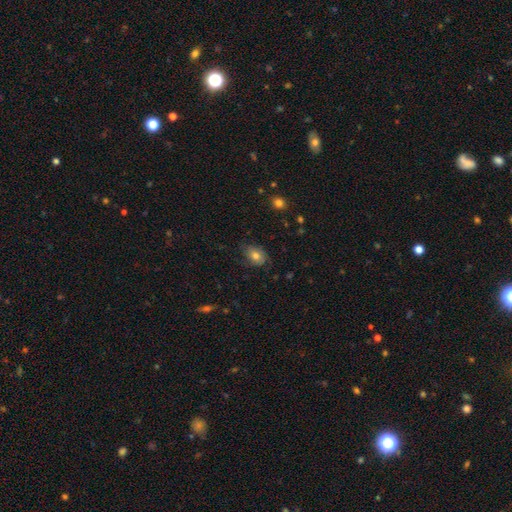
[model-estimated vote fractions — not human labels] Q: Smooth or featured?
A: smooth (71%); runner-up: featured or disk (20%)
Q: How rounded?
A: in between (76%); runner-up: round (22%)
Q: Merging?
A: none (67%); runner-up: minor disturbance (25%)